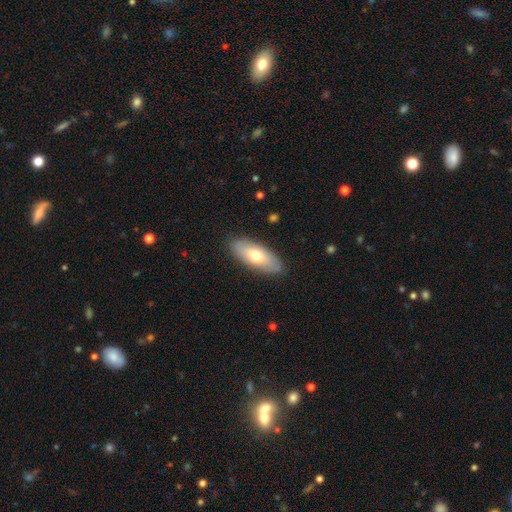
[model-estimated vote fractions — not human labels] Smooth or featured? smooth (64%)
How rounded? in between (81%)
Merging? none (86%)